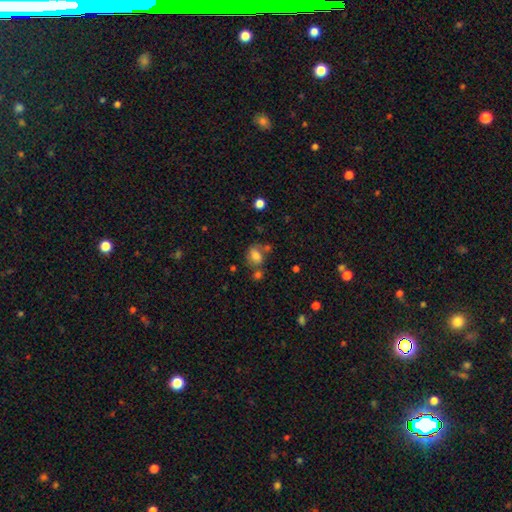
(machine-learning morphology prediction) type=smooth (74%); roundness=in between (68%); merging=none (51%).